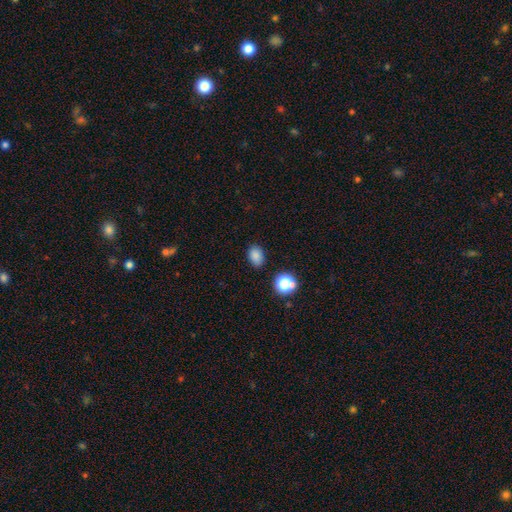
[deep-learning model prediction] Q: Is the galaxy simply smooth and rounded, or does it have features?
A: smooth — 83%.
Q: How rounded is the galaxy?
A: in between — 74%.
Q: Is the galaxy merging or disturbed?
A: none — 85%.